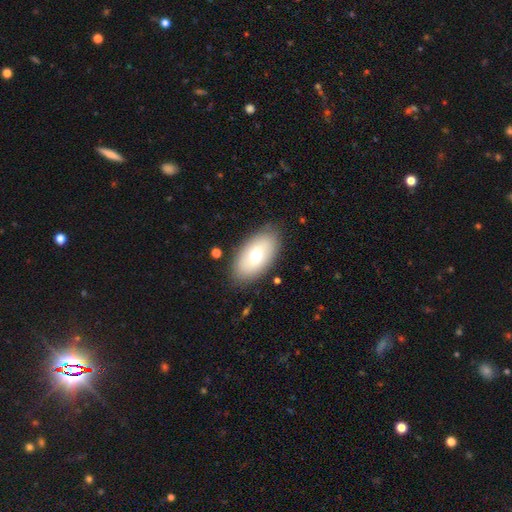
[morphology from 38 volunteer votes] type=smooth (74%); roundness=in between (86%); merging=none (67%).